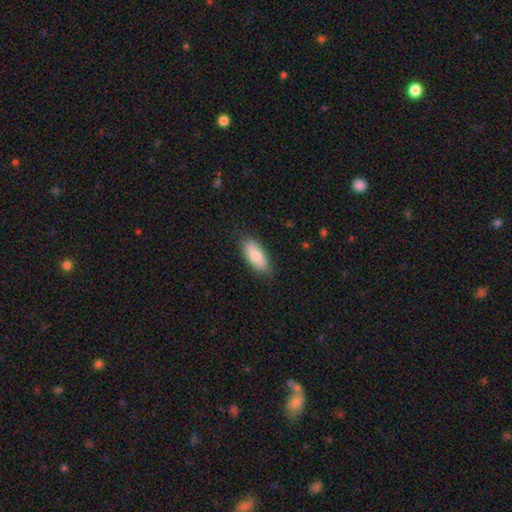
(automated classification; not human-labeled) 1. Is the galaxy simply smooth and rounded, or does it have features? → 83% smooth, 12% featured or disk, 6% star or artifact.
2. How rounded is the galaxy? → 84% in between, 14% cigar-shaped, 2% round.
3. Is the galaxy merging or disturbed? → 80% none, 16% minor disturbance, 3% major disturbance, 1% merger.